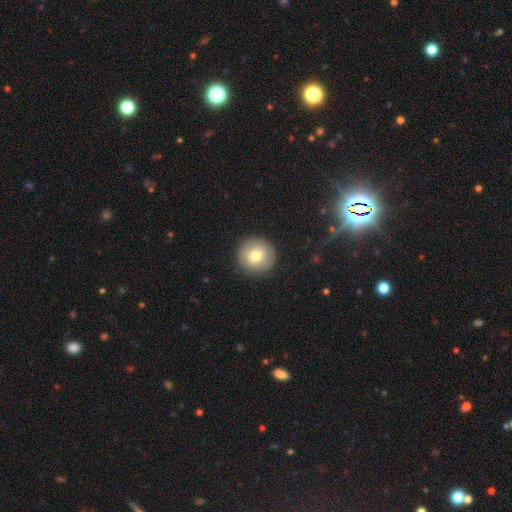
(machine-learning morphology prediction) Smooth or featured? smooth (75%)
How rounded? round (94%)
Merging? none (90%)